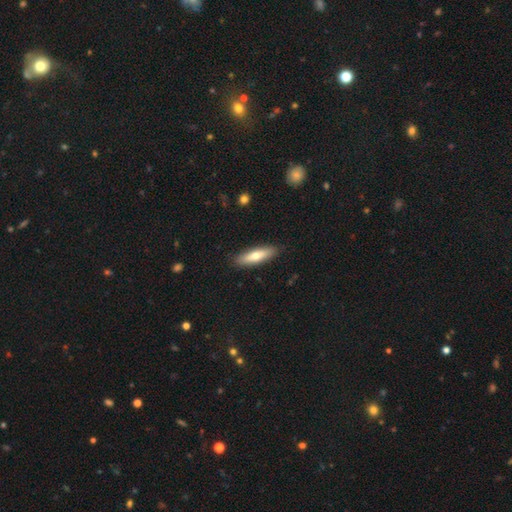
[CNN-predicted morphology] Smooth or featured: smooth — 66% (featured or disk — 28%)
How rounded: cigar-shaped — 62% (in between — 36%)
Merging: none — 88% (minor disturbance — 9%)